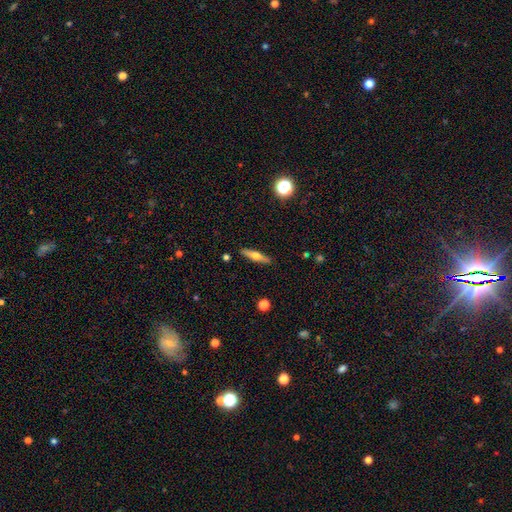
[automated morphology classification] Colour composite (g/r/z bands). It shows a featured or disk galaxy (51%) viewed edge-on (93%). Merging: none (90%).